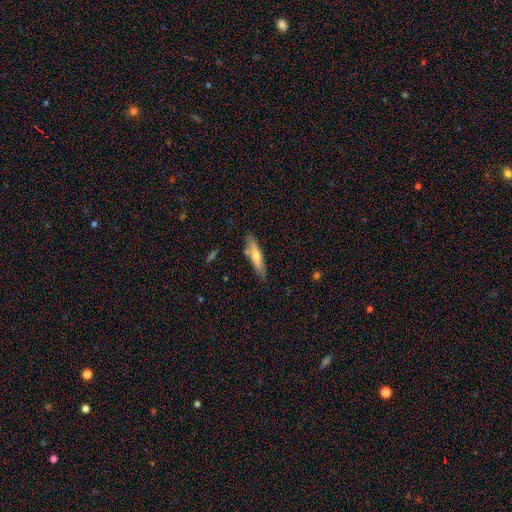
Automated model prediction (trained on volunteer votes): This appears to be a smooth galaxy with no disk features (58%) that is cigar-shaped (77%). Merging: none (78%).